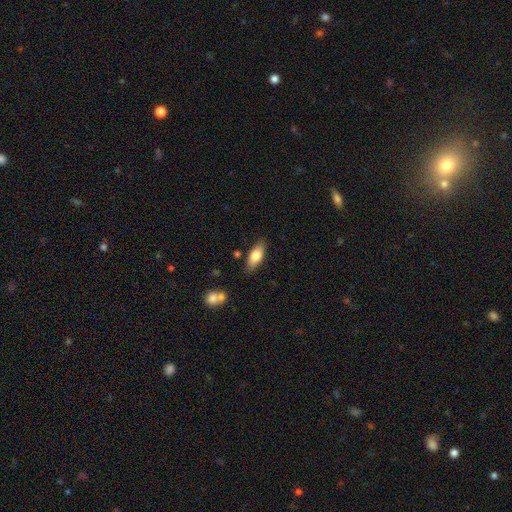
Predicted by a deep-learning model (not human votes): smooth 76%, featured or disk 18%, star or artifact 6%. Down the decision tree: how rounded — in between (78%); merging — none (81%).